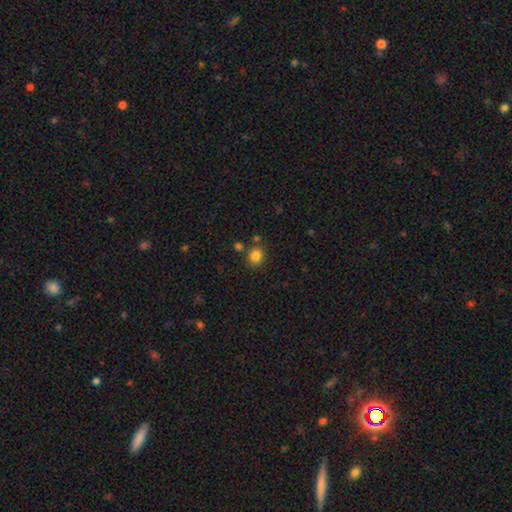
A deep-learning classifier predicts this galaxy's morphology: Q: Smooth or featured?
A: smooth (84%); runner-up: star or artifact (11%)
Q: How rounded?
A: round (78%); runner-up: in between (21%)
Q: Merging?
A: none (81%); runner-up: minor disturbance (9%)